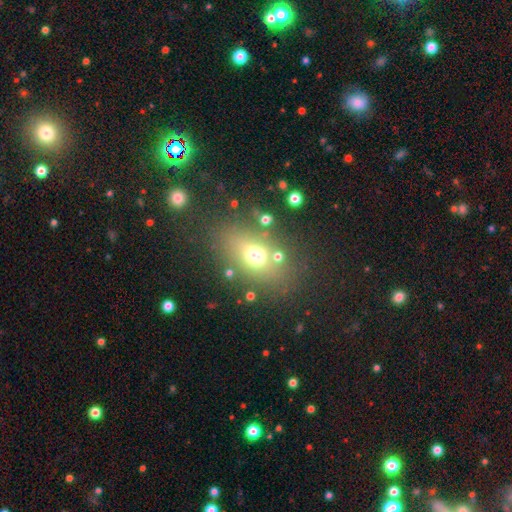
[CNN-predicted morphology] Q: Smooth or featured?
A: smooth (62%); runner-up: star or artifact (20%)
Q: How rounded?
A: in between (66%); runner-up: round (31%)
Q: Merging?
A: none (72%); runner-up: minor disturbance (12%)